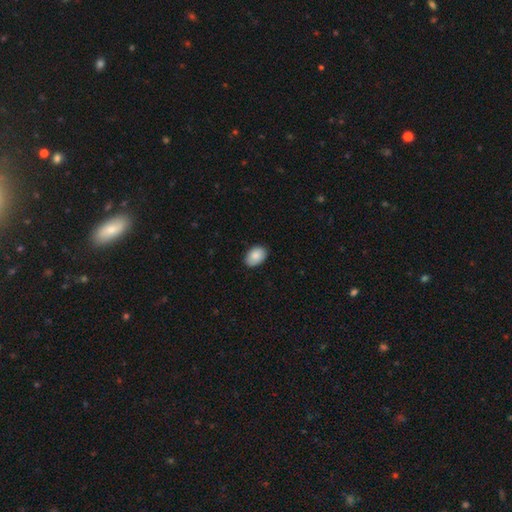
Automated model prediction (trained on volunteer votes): A smooth galaxy with no disk features (87%) that is in between round and cigar-shaped (86%).

Vote fractions:
- Smooth or featured? smooth: 87% / star or artifact: 7% / featured or disk: 6%
- How rounded? in between: 86% / round: 13% / cigar-shaped: 1%
- Merging? none: 87% / minor disturbance: 11% / major disturbance: 2% / merger: 1%